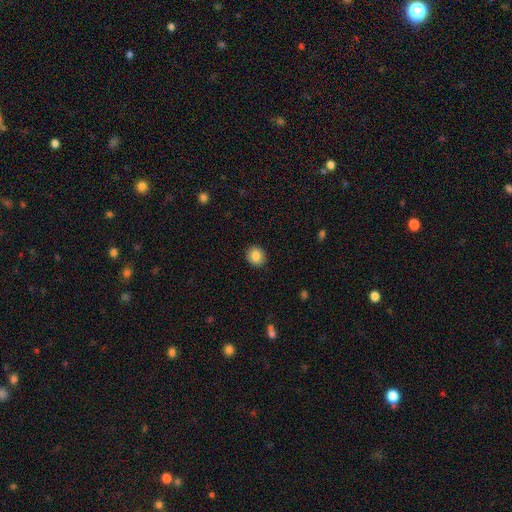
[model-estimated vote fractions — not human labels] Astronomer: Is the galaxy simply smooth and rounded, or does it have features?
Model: smooth — 85%.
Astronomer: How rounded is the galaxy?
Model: round — 76%.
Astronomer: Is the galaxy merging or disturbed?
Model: none — 90%.